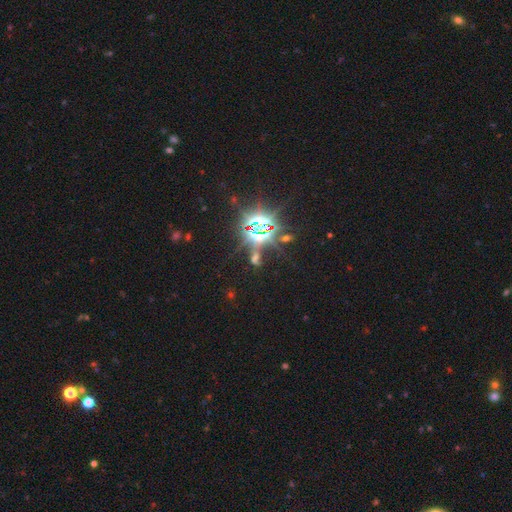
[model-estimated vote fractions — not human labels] Smooth or featured? Predicted: star or artifact (p=0.83).